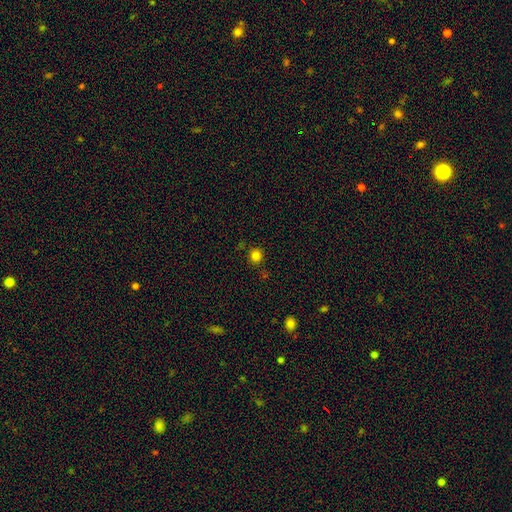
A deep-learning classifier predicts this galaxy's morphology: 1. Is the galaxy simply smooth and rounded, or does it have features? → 81% smooth, 15% star or artifact, 4% featured or disk.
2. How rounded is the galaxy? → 91% round, 8% in between, 1% cigar-shaped.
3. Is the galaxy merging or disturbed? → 84% none, 9% minor disturbance, 4% merger, 3% major disturbance.